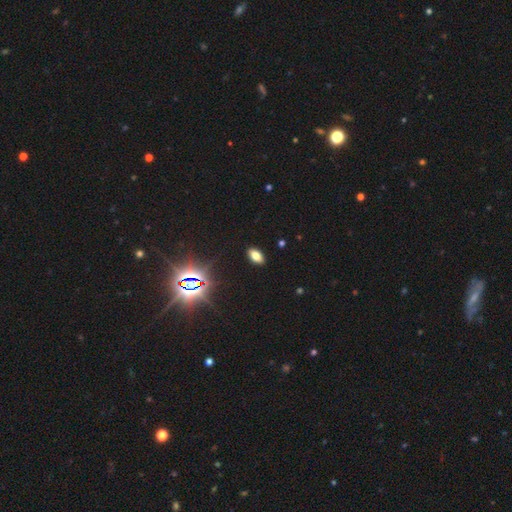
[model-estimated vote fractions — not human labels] Smooth or featured? Predicted: smooth (p=0.73). How rounded? Predicted: in between (p=0.92). Merging? Predicted: none (p=0.90).